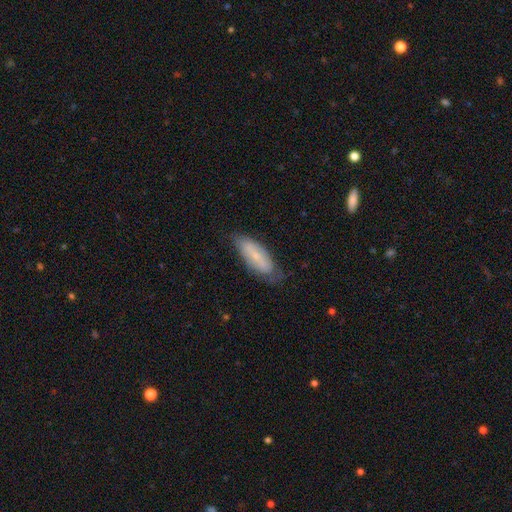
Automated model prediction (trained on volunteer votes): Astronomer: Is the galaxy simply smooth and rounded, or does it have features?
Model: smooth — 50% (runner-up: featured or disk, 43%).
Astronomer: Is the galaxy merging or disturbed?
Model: none — 66%.